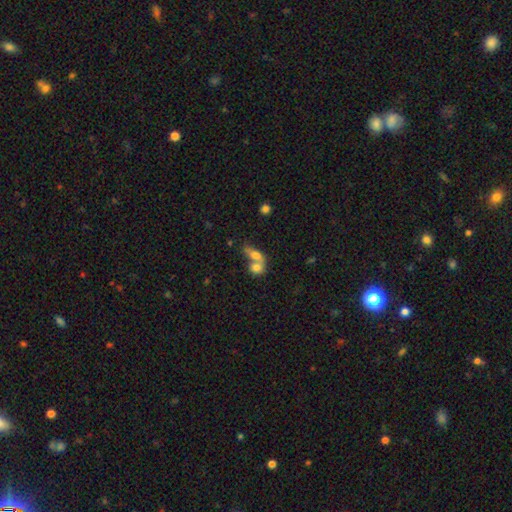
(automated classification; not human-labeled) smooth 68%, featured or disk 23%, star or artifact 9%. Down the decision tree: how rounded — in between (63%); merging — merger (69%).